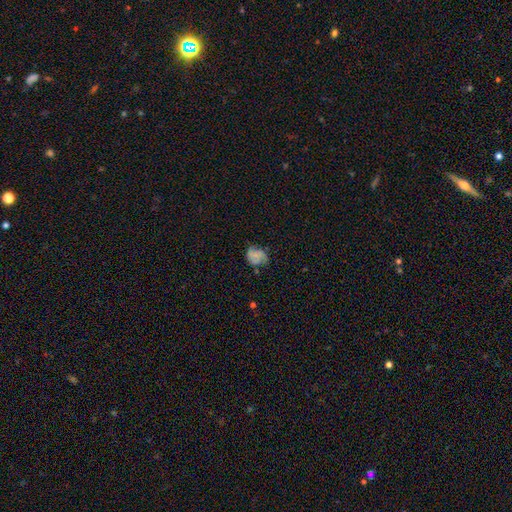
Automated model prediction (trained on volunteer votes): Smooth or featured?
  - smooth: 50% *
  - featured or disk: 38%
  - star or artifact: 12%
Merging?
  - none: 50% *
  - minor disturbance: 31%
  - major disturbance: 16%
  - merger: 3%